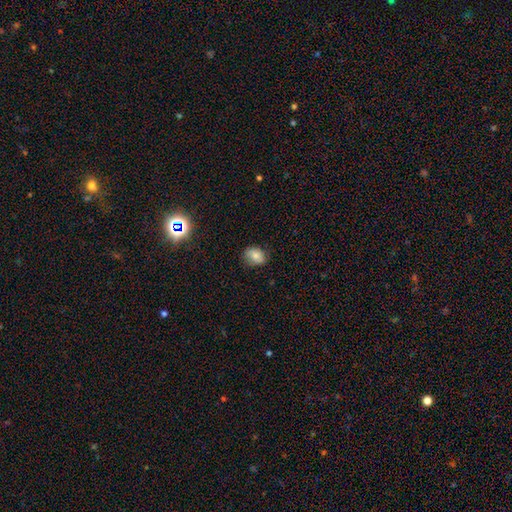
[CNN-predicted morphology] A smooth galaxy with no disk features (79%) that is in between round and cigar-shaped (68%).

Vote fractions:
- Smooth or featured? smooth: 79% / featured or disk: 11% / star or artifact: 10%
- How rounded? in between: 68% / round: 31% / cigar-shaped: 1%
- Merging? none: 77% / minor disturbance: 18% / major disturbance: 4% / merger: 1%